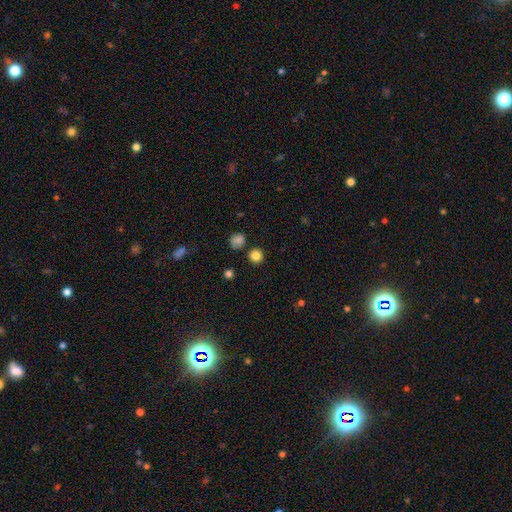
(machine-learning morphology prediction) smooth_or_featured: smooth (p=0.83) [alt: star or artifact p=0.12]
how_rounded: round (p=0.92) [alt: in between p=0.07]
merging: none (p=0.86) [alt: minor disturbance p=0.08]